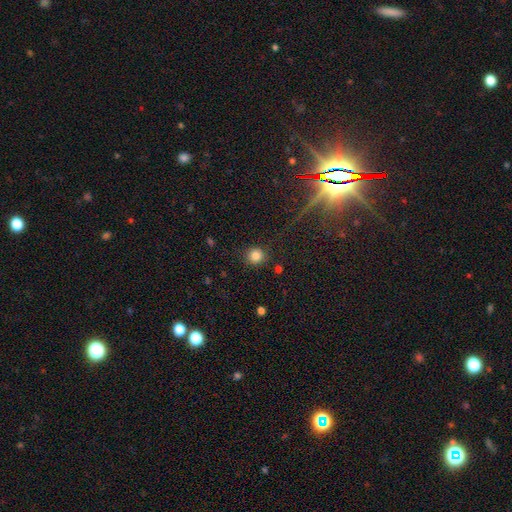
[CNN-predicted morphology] smooth_or_featured: smooth (p=0.83) [alt: star or artifact p=0.12]
how_rounded: round (p=0.92) [alt: in between p=0.07]
merging: none (p=0.86) [alt: minor disturbance p=0.08]